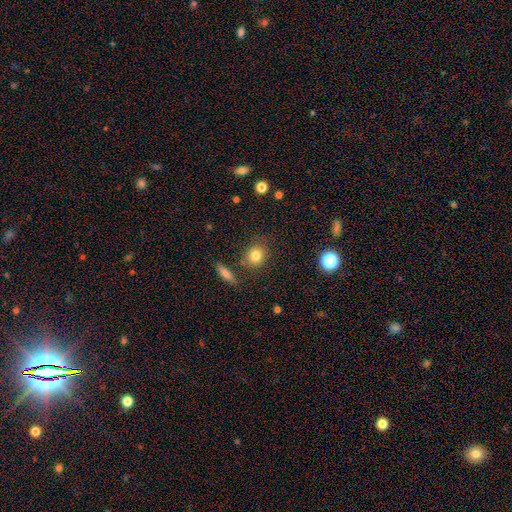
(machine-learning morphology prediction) Smooth or featured? Predicted: smooth (p=0.80). How rounded? Predicted: round (p=0.69). Merging? Predicted: none (p=0.80).